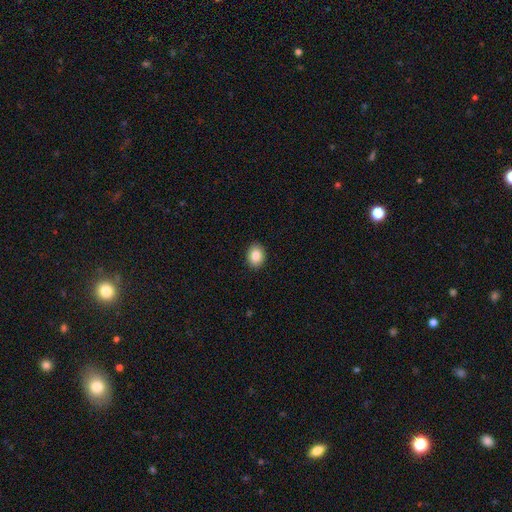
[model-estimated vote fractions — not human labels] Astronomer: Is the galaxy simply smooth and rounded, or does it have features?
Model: smooth — 86%.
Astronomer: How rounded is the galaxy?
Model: in between — 59% (runner-up: round, 40%).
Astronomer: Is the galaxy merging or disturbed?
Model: none — 90%.